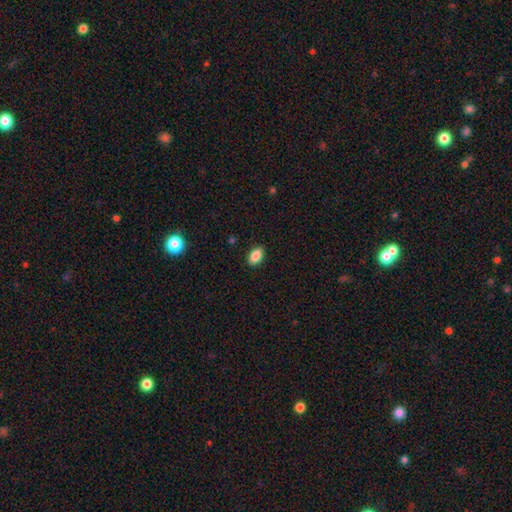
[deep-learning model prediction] Overall: smooth (87%). How rounded: in between (91%). Merging: none (89%).